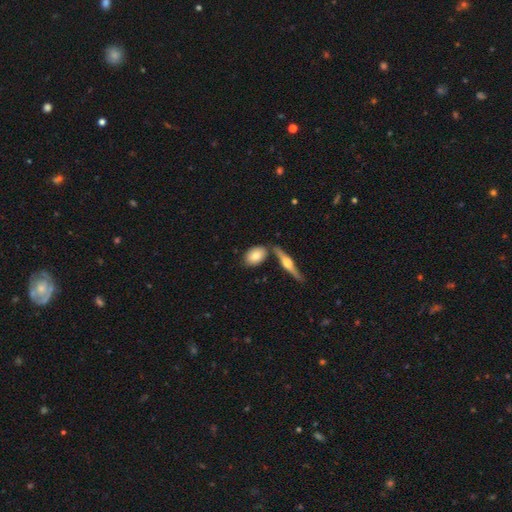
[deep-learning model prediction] This appears to be a smooth galaxy with no disk features (71%) that is in between round and cigar-shaped (80%). Merging: none (69%).